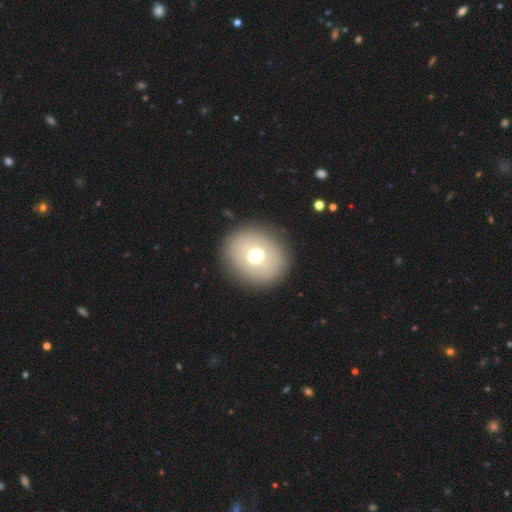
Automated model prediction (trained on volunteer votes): smooth-or-featured: smooth: 66% | featured or disk: 23% | star or artifact: 11%
  how-rounded: round: 69% | in between: 30% | cigar-shaped: 1%
  merging: none: 88% | minor disturbance: 7% | major disturbance: 4% | merger: 1%